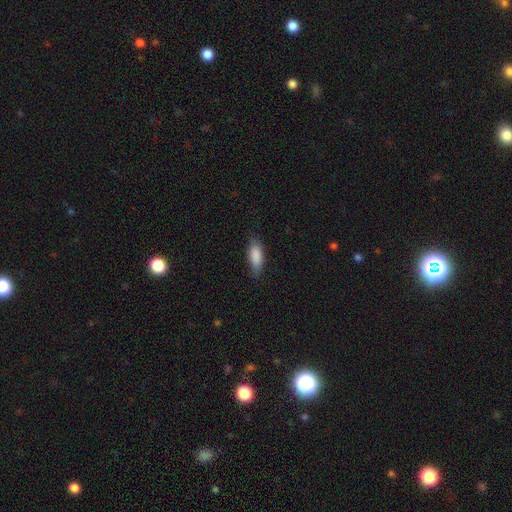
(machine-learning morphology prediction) smooth 87%, featured or disk 7%, star or artifact 6%. Down the decision tree: how rounded — in between (73%); merging — none (80%).